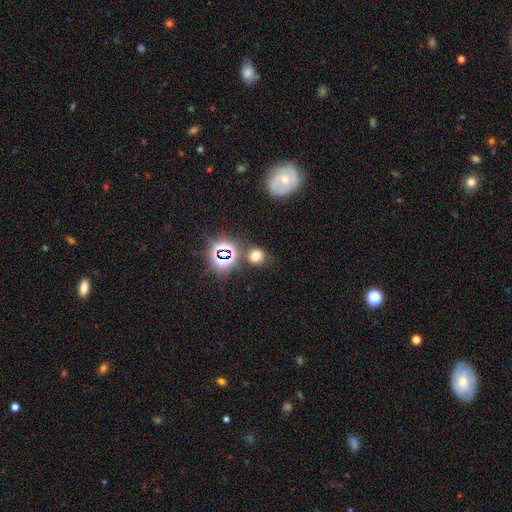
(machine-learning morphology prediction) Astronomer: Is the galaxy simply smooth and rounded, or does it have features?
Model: smooth — 63%.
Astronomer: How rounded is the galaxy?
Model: round — 78%.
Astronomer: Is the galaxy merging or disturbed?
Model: none — 75%.